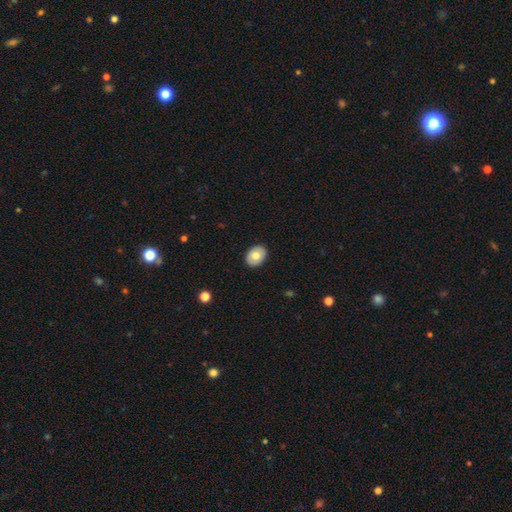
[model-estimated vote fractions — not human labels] Overall: smooth (72%). How rounded: in between (72%). Merging: none (89%).